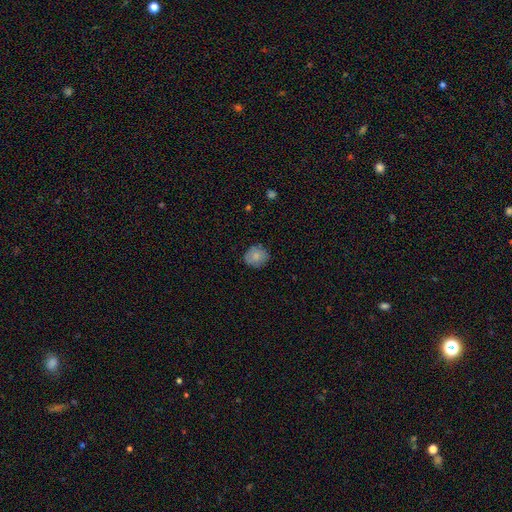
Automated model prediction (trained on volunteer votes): Smooth or featured?
  - smooth: 81% *
  - featured or disk: 11%
  - star or artifact: 8%
How rounded?
  - round: 78% *
  - in between: 21%
  - cigar-shaped: 1%
Merging?
  - none: 81% *
  - minor disturbance: 16%
  - major disturbance: 3%
  - merger: 1%